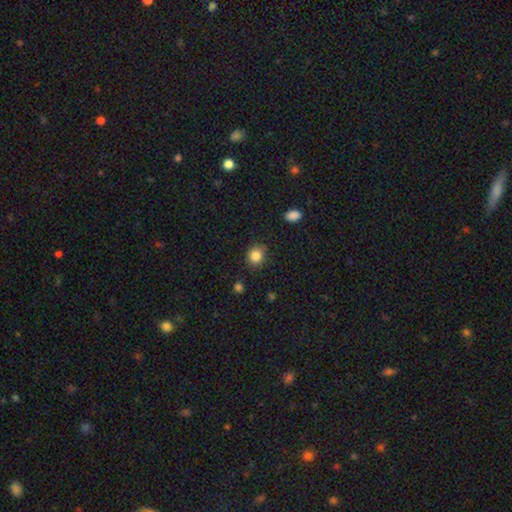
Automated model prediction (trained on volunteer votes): The model was most divided on "how rounded": round: 78%, in between: 21%, cigar-shaped: 1%. More confident: smooth or featured — smooth (86%); merging — none (83%).